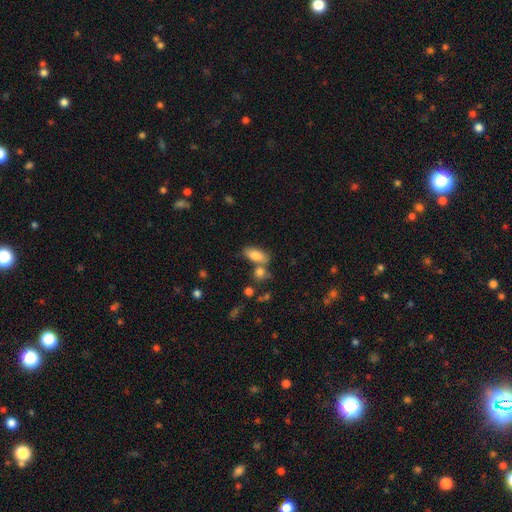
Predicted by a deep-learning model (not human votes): Smooth or featured?
  - smooth: 83% *
  - featured or disk: 9%
  - star or artifact: 8%
How rounded?
  - in between: 84% *
  - cigar-shaped: 12%
  - round: 4%
Merging?
  - none: 59% *
  - merger: 23%
  - minor disturbance: 14%
  - major disturbance: 5%